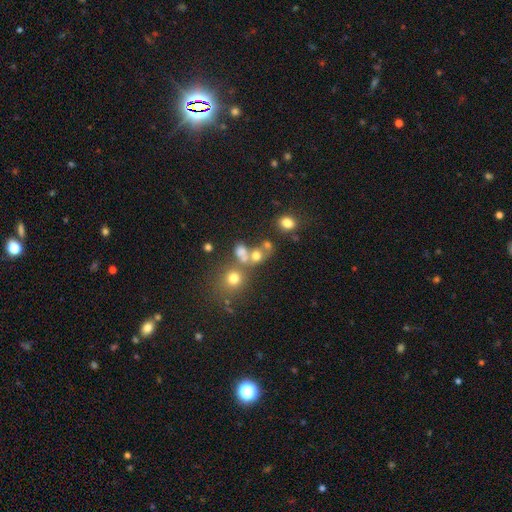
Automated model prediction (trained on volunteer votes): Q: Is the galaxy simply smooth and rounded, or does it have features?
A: smooth — 59%.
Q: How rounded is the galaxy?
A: round — 66%.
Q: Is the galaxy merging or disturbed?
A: none — 41%, tied with merger.